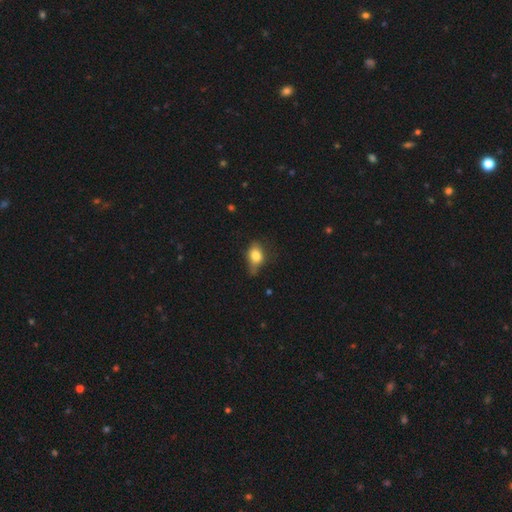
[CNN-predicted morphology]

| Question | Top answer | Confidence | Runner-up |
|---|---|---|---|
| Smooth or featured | smooth | 76% | featured or disk (15%) |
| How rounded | in between | 73% | round (23%) |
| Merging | none | 42% | minor disturbance (40%) |